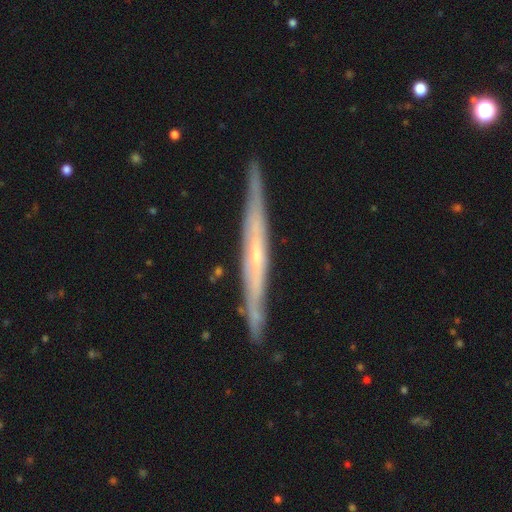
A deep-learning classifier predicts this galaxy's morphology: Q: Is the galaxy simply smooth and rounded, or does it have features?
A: featured or disk — 77%.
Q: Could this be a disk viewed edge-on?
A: yes — 94%.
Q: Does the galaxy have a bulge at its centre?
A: none — 59%.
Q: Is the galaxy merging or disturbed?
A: none — 87%.